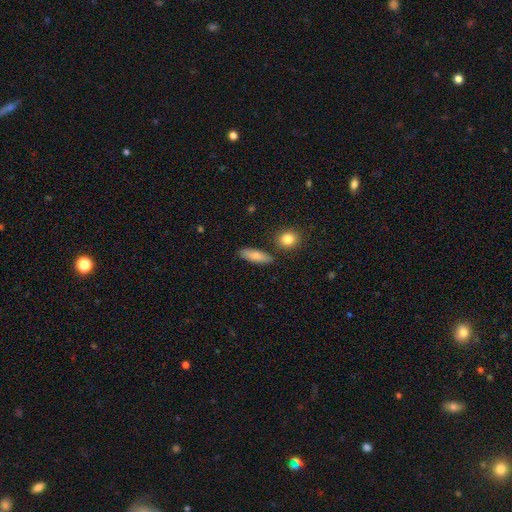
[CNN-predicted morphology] This is likely a smooth galaxy (78%). How rounded: possibly in between (56%). Merging: clearly none (81%).